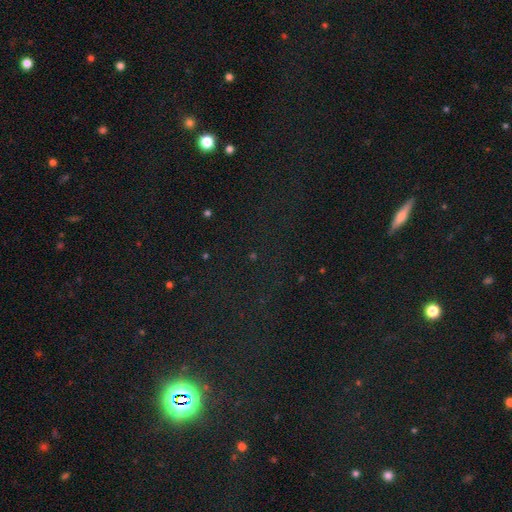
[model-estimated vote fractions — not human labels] This appears to be a star or artifact, not a galaxy (76%).